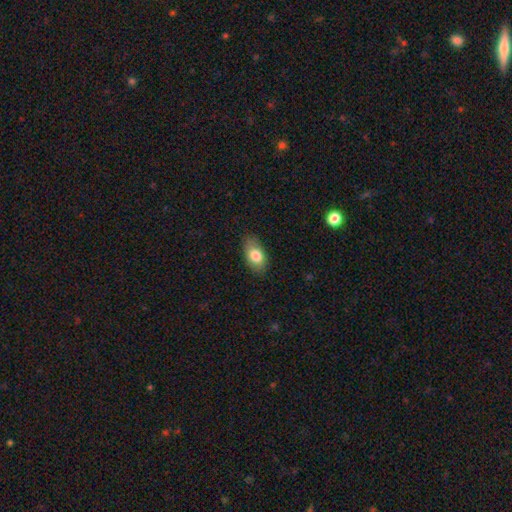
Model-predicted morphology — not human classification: Smooth or featured? Predicted: smooth (p=0.79). How rounded? Predicted: in between (p=0.90). Merging? Predicted: none (p=0.80).